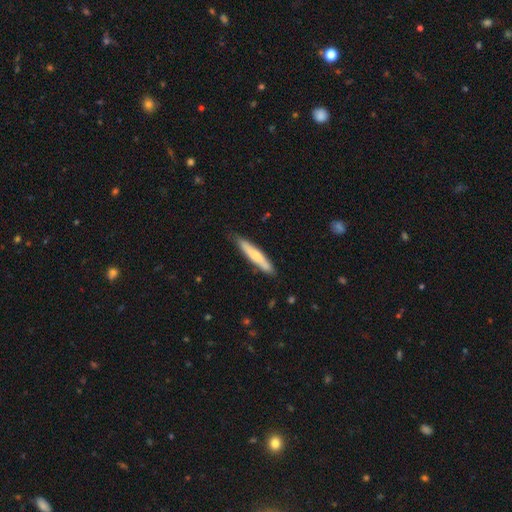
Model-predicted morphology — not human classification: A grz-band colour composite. It shows a smooth galaxy with no disk features (63%) that is cigar-shaped (92%). Merging: none (83%).